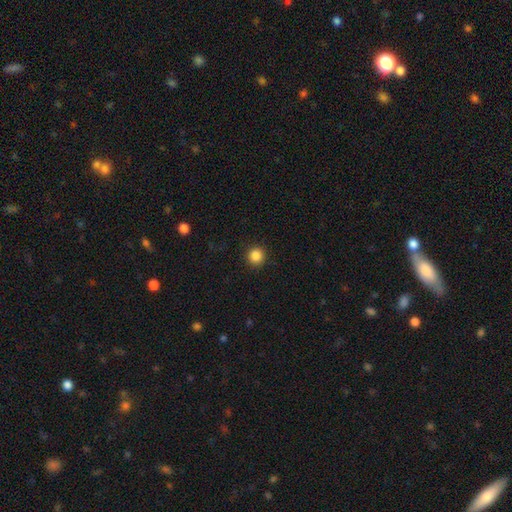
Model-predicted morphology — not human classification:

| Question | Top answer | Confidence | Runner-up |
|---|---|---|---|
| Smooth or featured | smooth | 85% | star or artifact (11%) |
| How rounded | round | 94% | in between (5%) |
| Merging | none | 92% | minor disturbance (5%) |